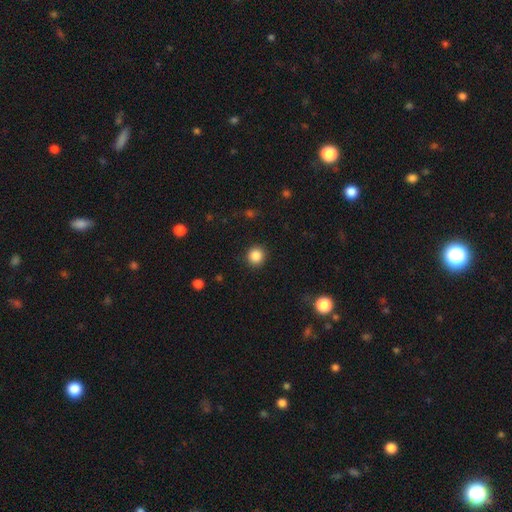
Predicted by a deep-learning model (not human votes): Q: Smooth or featured?
A: smooth (86%); runner-up: star or artifact (10%)
Q: How rounded?
A: round (92%); runner-up: in between (7%)
Q: Merging?
A: none (91%); runner-up: minor disturbance (5%)